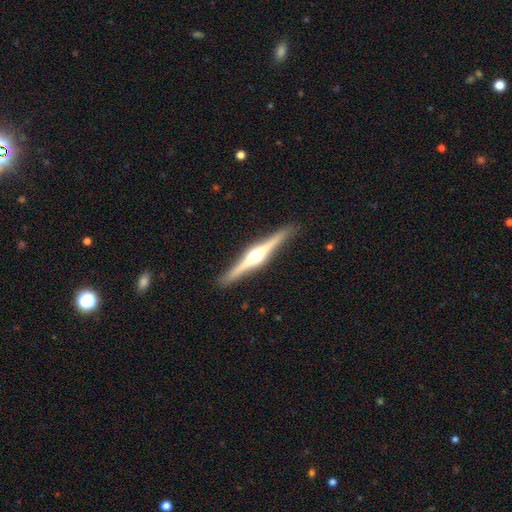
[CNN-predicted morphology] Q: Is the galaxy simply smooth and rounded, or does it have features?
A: featured or disk — 84%.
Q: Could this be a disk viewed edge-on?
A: yes — 98%.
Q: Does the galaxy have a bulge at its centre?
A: rounded — 93%.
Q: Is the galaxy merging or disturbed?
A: none — 91%.